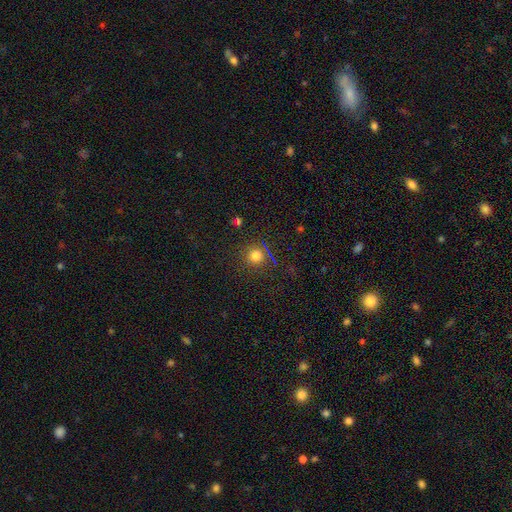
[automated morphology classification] Smooth or featured: smooth — 74% (star or artifact — 20%)
How rounded: round — 94% (in between — 5%)
Merging: none — 88% (minor disturbance — 7%)